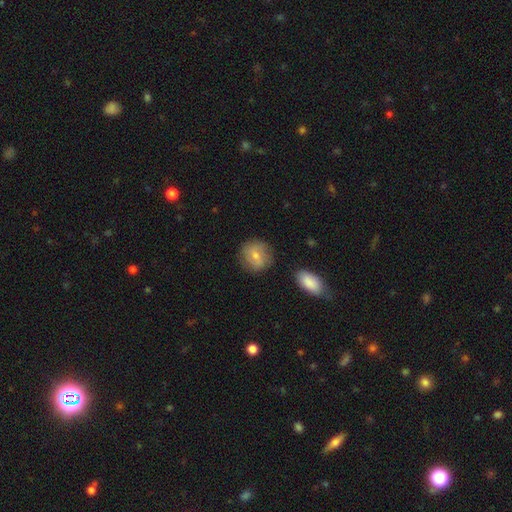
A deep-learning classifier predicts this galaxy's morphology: A smooth galaxy with no disk features (69%) that is round (83%). Merging: none (80%).